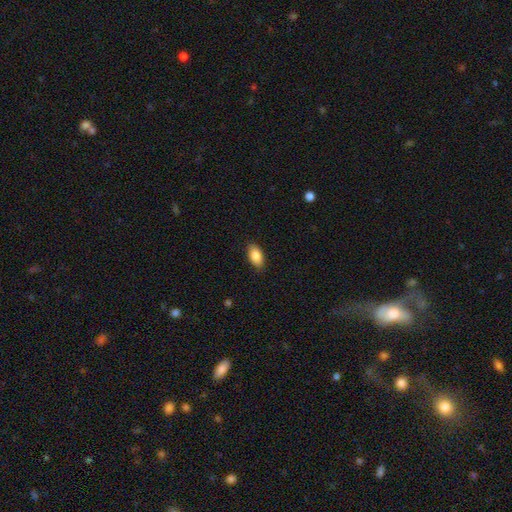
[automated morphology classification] Q: Smooth or featured?
A: smooth (87%); runner-up: star or artifact (7%)
Q: How rounded?
A: in between (92%); runner-up: round (5%)
Q: Merging?
A: none (86%); runner-up: minor disturbance (10%)